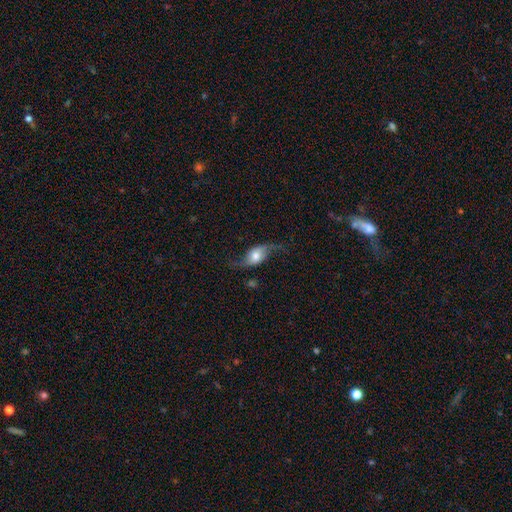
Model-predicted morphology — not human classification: Q: Smooth or featured?
A: featured or disk (70%); runner-up: smooth (23%)
Q: Edge-on disk?
A: no (89%); runner-up: yes (11%)
Q: Bar?
A: no (60%); runner-up: weak (29%)
Q: Spiral arms?
A: yes (91%); runner-up: no (9%)
Q: Spiral winding?
A: loose (90%); runner-up: medium (7%)
Q: Spiral arm count?
A: 2 (93%); runner-up: 1 (3%)
Q: Bulge size?
A: moderate (53%); runner-up: large (21%)
Q: Merging?
A: none (64%); runner-up: minor disturbance (19%)